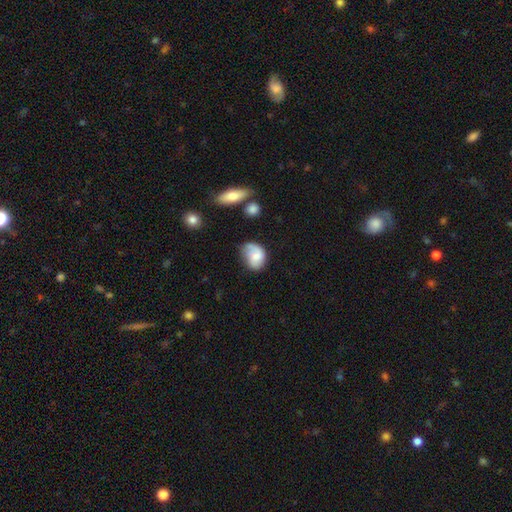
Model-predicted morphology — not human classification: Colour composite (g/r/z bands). It shows a smooth galaxy with no disk features (60%) that is in between round and cigar-shaped (65%). Merging: none (45%).